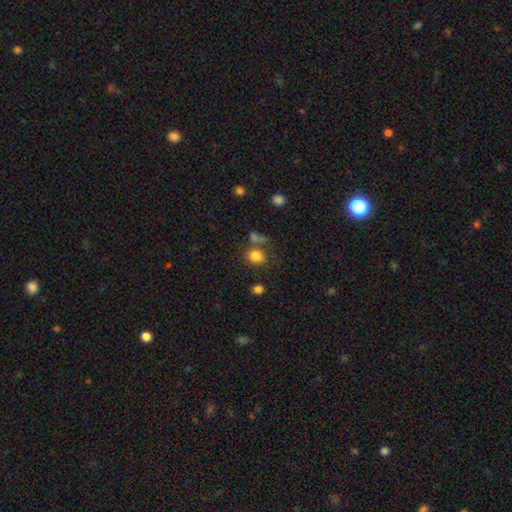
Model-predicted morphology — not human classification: smooth_or_featured: smooth (p=0.81) [alt: star or artifact p=0.12]
how_rounded: round (p=0.64) [alt: in between p=0.35]
merging: none (p=0.63) [alt: merger p=0.18]